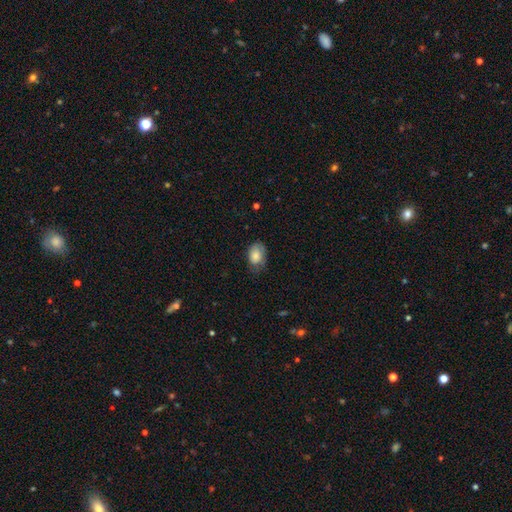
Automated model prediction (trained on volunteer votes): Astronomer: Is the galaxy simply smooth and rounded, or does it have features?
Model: smooth — 79%.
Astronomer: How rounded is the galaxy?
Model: in between — 85%.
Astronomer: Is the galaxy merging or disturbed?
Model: none — 54% (runner-up: minor disturbance, 33%).